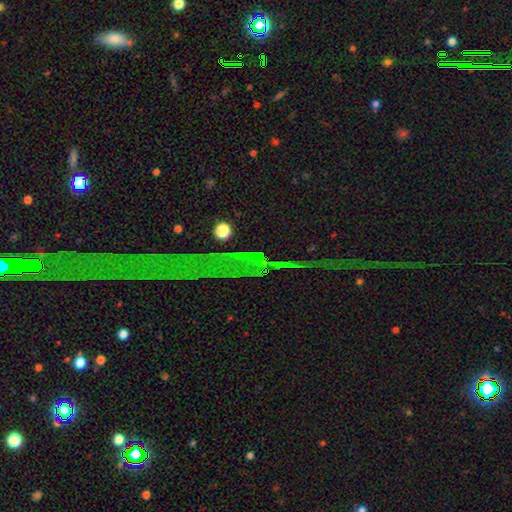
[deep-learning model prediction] Overall: star or artifact (72%).